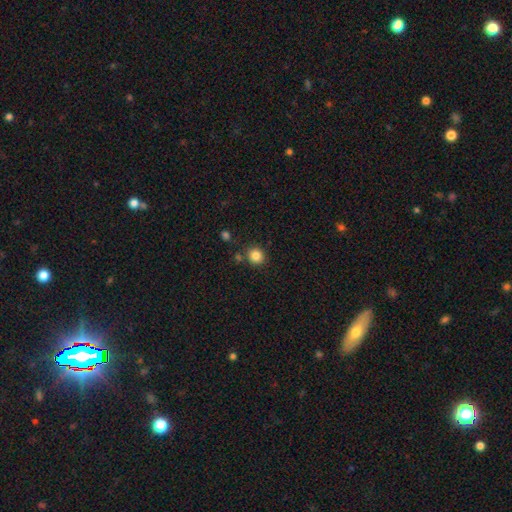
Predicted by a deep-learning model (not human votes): Smooth or featured? smooth (85%)
How rounded? round (89%)
Merging? none (83%)